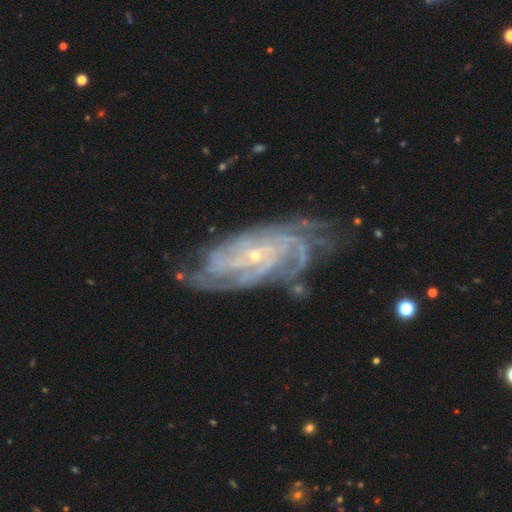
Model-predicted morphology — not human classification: Smooth or featured? featured or disk (90%)
Edge-on disk? no (95%)
Bar? no (64%)
Spiral arms? yes (98%)
Spiral winding? tight (73%)
Spiral arm count? 4 (29%)
Bulge size? small (85%)
Merging? none (67%)